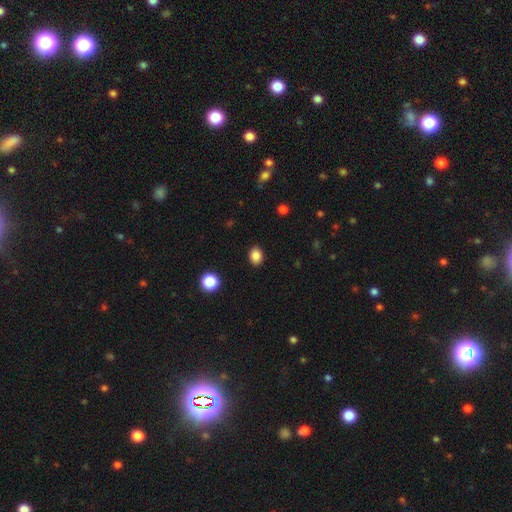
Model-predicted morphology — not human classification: smooth 86%, star or artifact 11%, featured or disk 4%. Down the decision tree: how rounded — in between (58%); merging — none (89%).